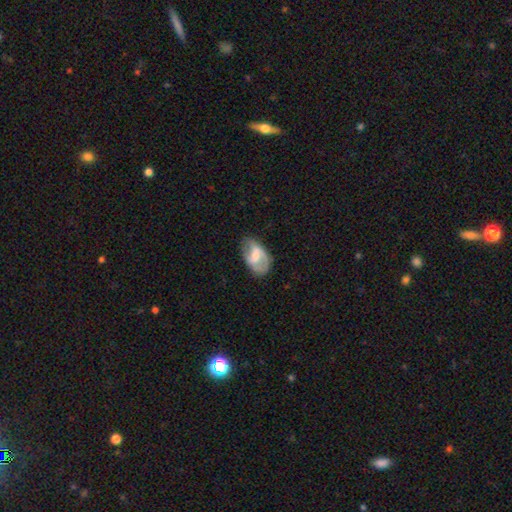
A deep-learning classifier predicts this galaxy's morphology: Overall: featured or disk (54%; smooth 40%). Edge-on disk: no (95%). Bar: weak (48%; no 32%). Spiral arms: yes (71%). Bulge size: moderate (47%; small 38%). Merging: none (59%; minor disturbance 28%).